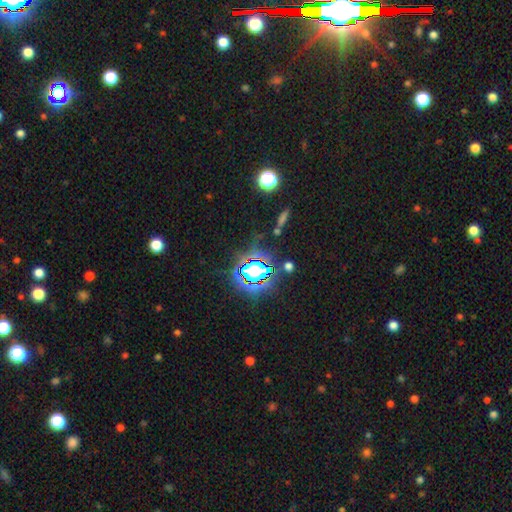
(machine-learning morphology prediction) smooth-or-featured: star or artifact: 71% | smooth: 18% | featured or disk: 11%